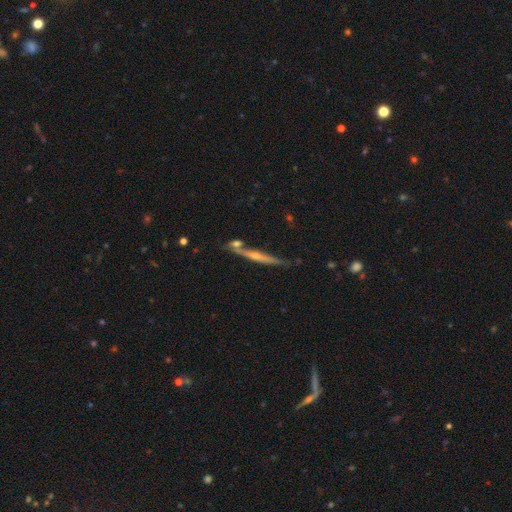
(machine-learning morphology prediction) This appears to be a featured or disk galaxy (71%) viewed edge-on (96%) with a rounded central bulge (68%). Merging: none (70%).